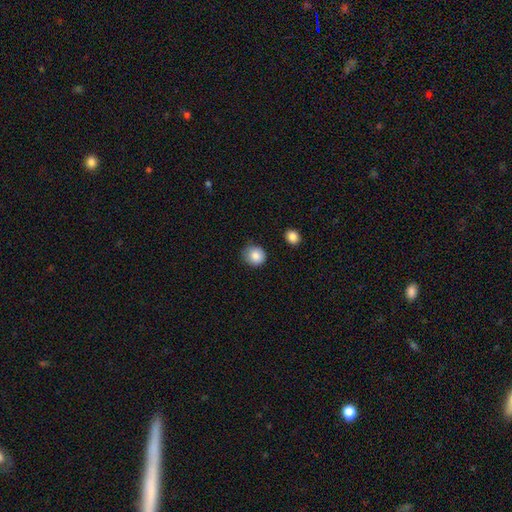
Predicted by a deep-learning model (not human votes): Smooth or featured? Predicted: smooth (p=0.85). How rounded? Predicted: round (p=0.84). Merging? Predicted: none (p=0.76).